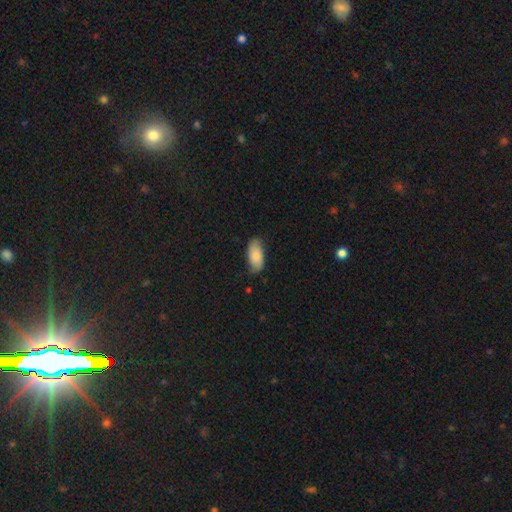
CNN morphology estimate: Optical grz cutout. It shows a smooth galaxy with no disk features (85%) that is in between round and cigar-shaped (92%). Merging: none (75%).